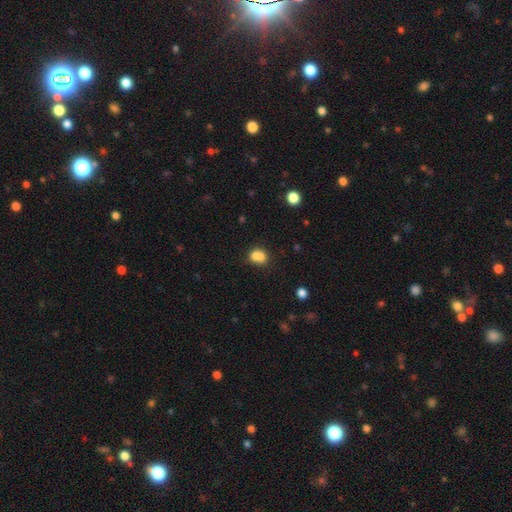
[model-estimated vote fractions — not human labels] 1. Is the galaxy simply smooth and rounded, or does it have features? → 75% smooth, 14% featured or disk, 11% star or artifact.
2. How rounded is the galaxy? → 57% round, 42% in between, 1% cigar-shaped.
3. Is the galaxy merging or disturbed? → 52% merger, 33% none, 11% minor disturbance, 5% major disturbance.